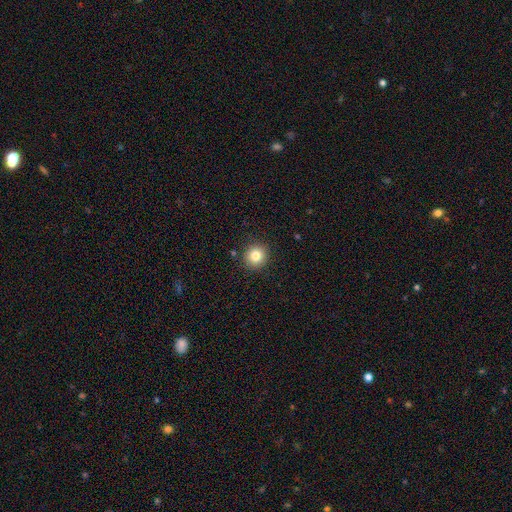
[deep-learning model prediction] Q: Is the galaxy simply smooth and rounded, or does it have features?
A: smooth — 83%.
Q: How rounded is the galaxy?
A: round — 91%.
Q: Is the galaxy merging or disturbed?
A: none — 89%.